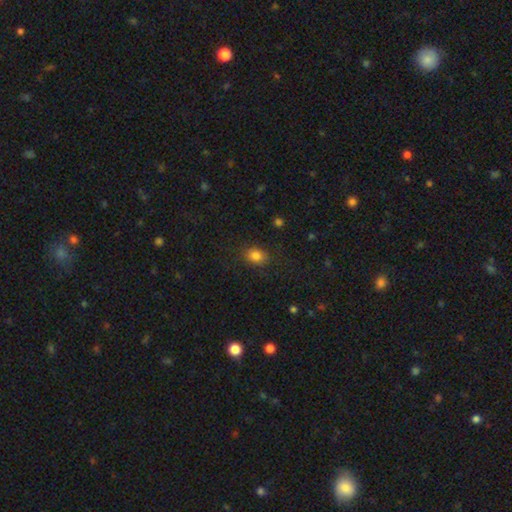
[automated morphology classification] Overall: smooth (83%). How rounded: in between (61%; round 38%). Merging: none (83%).